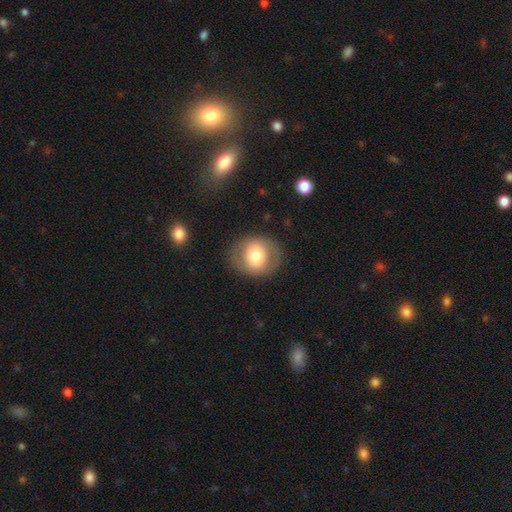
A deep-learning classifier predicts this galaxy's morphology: Q: Smooth or featured?
A: smooth (63%); runner-up: featured or disk (30%)
Q: How rounded?
A: round (69%); runner-up: in between (30%)
Q: Merging?
A: none (83%); runner-up: minor disturbance (10%)